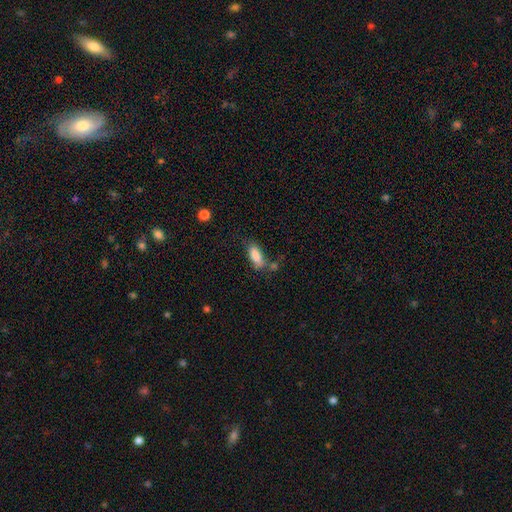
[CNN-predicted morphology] Smooth or featured?
  - smooth: 84% *
  - featured or disk: 8%
  - star or artifact: 7%
How rounded?
  - in between: 82% *
  - cigar-shaped: 15%
  - round: 3%
Merging?
  - none: 53% *
  - minor disturbance: 24%
  - merger: 14%
  - major disturbance: 9%